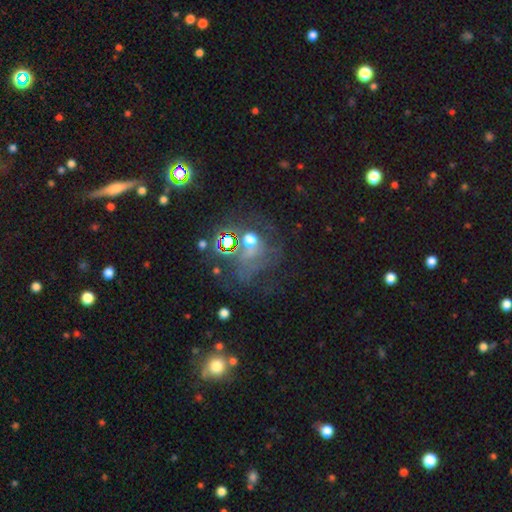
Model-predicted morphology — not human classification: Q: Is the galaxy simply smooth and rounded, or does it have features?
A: star or artifact — 50%.